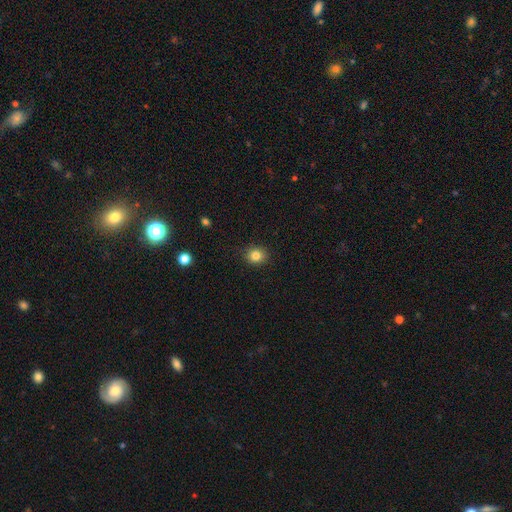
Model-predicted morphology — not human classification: smooth 82%, star or artifact 11%, featured or disk 6%. Down the decision tree: how rounded — round (79%); merging — none (90%).